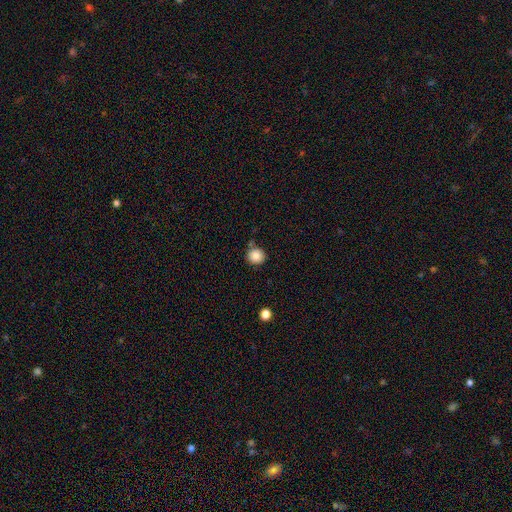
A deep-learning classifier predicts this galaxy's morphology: Smooth or featured: smooth — 85% (star or artifact — 10%)
How rounded: round — 91% (in between — 8%)
Merging: none — 79% (minor disturbance — 12%)